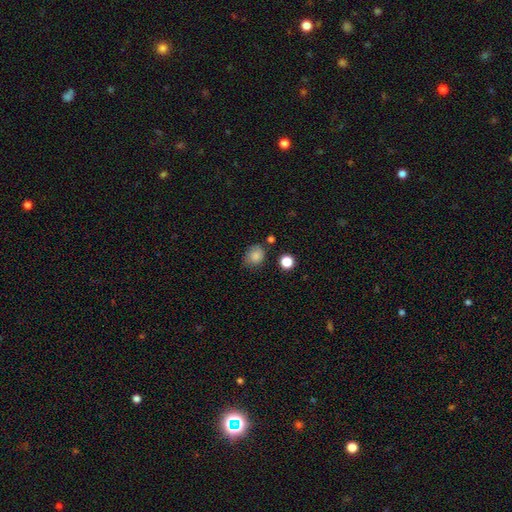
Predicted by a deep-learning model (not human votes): This is clearly a smooth galaxy (83%). How rounded: possibly round (56%). Merging: likely none (64%).